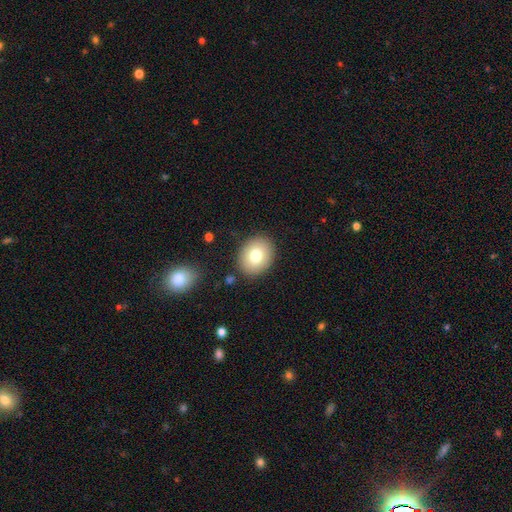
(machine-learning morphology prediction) smooth 77%, featured or disk 14%, star or artifact 9%. Down the decision tree: how rounded — round (52%); merging — none (87%).